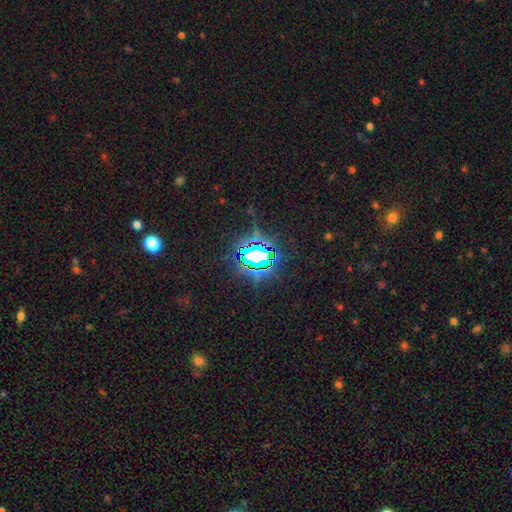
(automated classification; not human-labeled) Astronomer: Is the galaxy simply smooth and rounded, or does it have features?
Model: star or artifact — 79%.